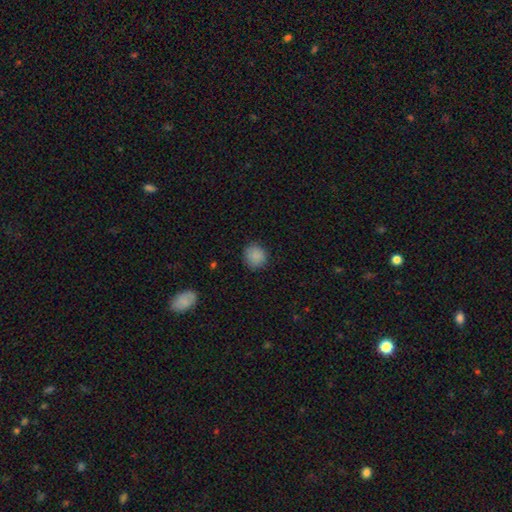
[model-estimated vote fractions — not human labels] Smooth or featured? smooth (87%)
How rounded? round (87%)
Merging? none (87%)